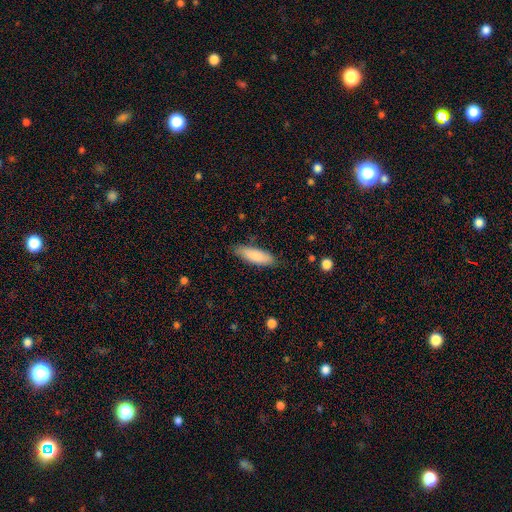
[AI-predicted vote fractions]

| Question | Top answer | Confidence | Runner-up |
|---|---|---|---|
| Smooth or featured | smooth | 84% | featured or disk (11%) |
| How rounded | in between | 54% | cigar-shaped (45%) |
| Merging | none | 81% | minor disturbance (15%) |